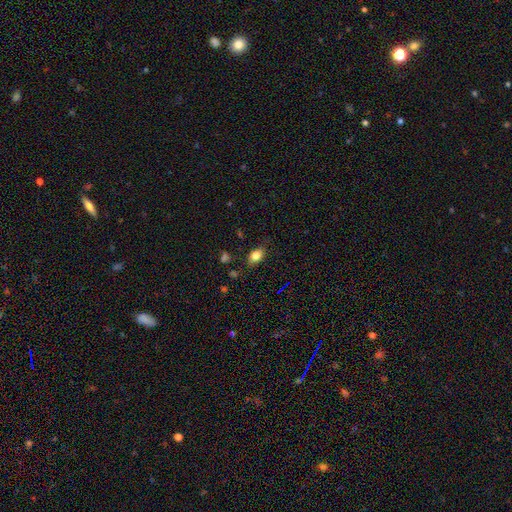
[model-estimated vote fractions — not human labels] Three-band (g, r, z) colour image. It shows a smooth galaxy with no disk features (80%) that is in between round and cigar-shaped (79%). Merging: none (77%).